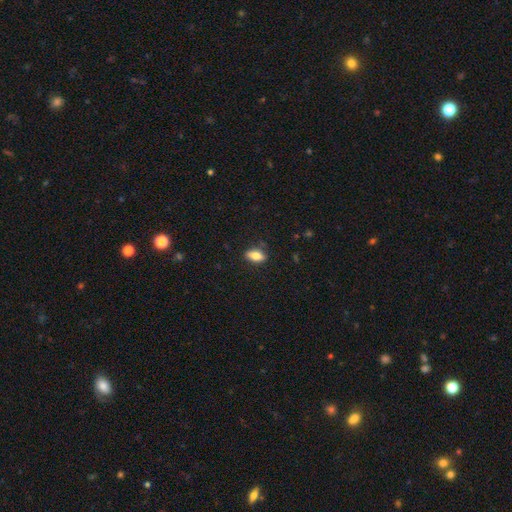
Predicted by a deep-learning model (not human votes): smooth_or_featured: smooth (p=0.77) [alt: featured or disk p=0.15]
how_rounded: in between (p=0.86) [alt: cigar-shaped p=0.09]
merging: none (p=0.83) [alt: minor disturbance p=0.12]